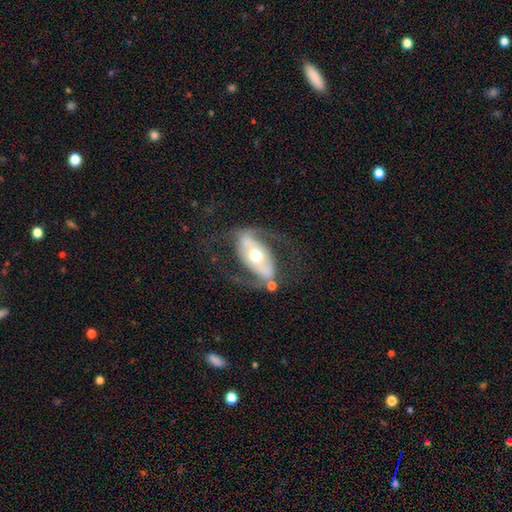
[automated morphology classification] This appears to be a featured or disk galaxy (82%) with a strong bar (44%), 2 (90%) medium (46%) spiral arms (83%) and a moderate central bulge (72%). Merging: none (64%).